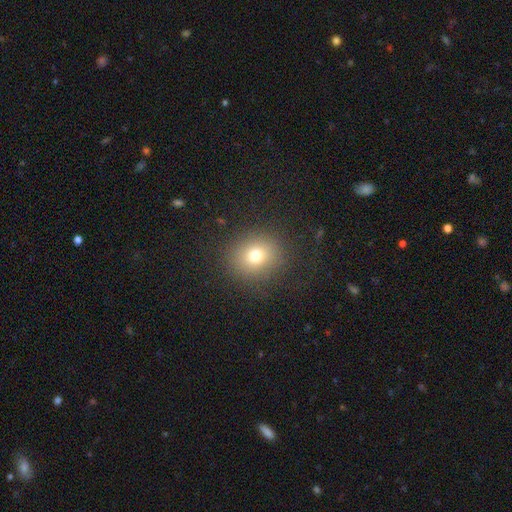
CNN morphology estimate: smooth 74%, star or artifact 16%, featured or disk 10%. Down the decision tree: how rounded — round (79%); merging — none (86%).